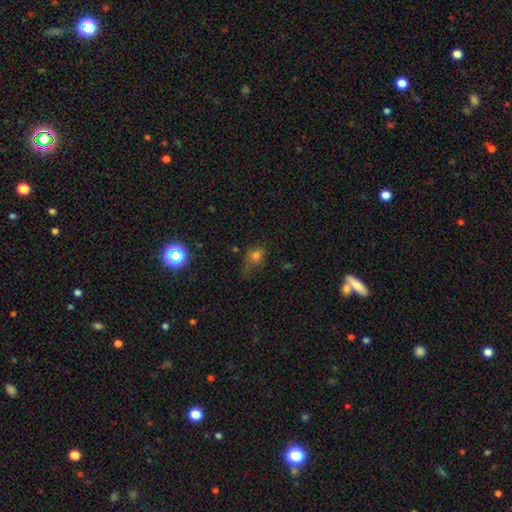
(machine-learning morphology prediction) Smooth or featured? smooth (68%)
How rounded? round (54%)
Merging? none (36%)